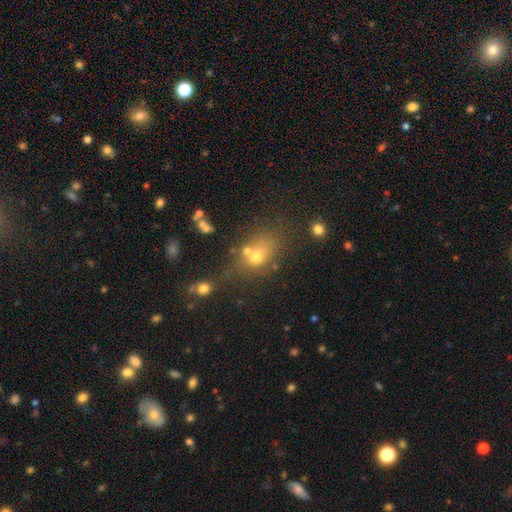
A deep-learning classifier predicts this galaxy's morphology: A smooth galaxy with no disk features (62%) that is in between round and cigar-shaped (65%). Merging: none (44%).